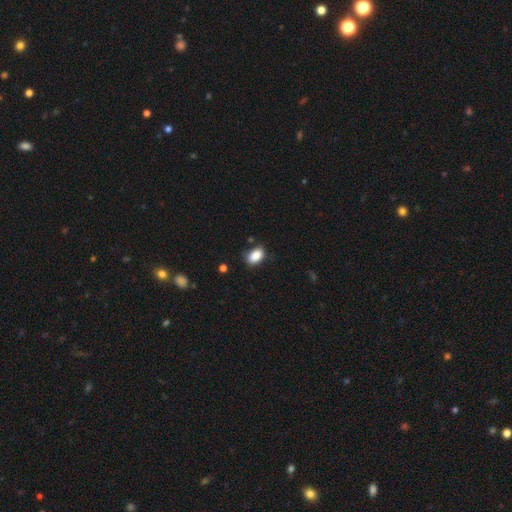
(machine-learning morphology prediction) Smooth or featured: smooth — 88% (star or artifact — 8%)
How rounded: in between — 88% (round — 10%)
Merging: none — 76% (minor disturbance — 19%)